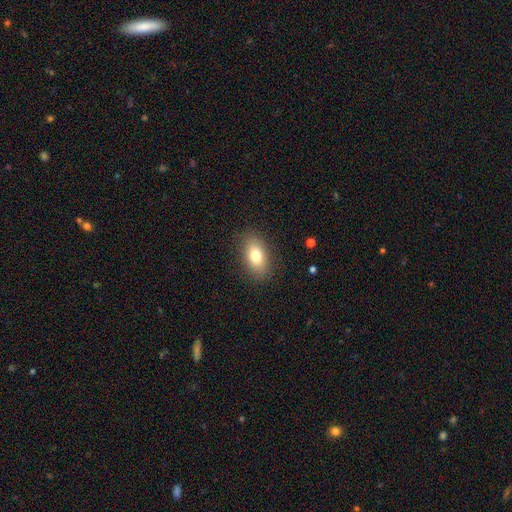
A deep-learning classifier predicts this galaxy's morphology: The model was most divided on "smooth or featured": smooth: 79%, featured or disk: 13%, star or artifact: 9%. More confident: how rounded — in between (87%); merging — none (87%).